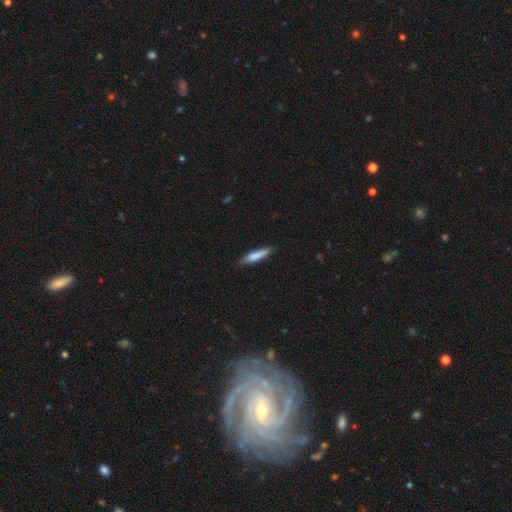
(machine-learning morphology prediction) Smooth or featured?
  - smooth: 81% *
  - featured or disk: 13%
  - star or artifact: 6%
How rounded?
  - cigar-shaped: 83% *
  - in between: 16%
  - round: 1%
Merging?
  - none: 81% *
  - minor disturbance: 16%
  - major disturbance: 2%
  - merger: 1%